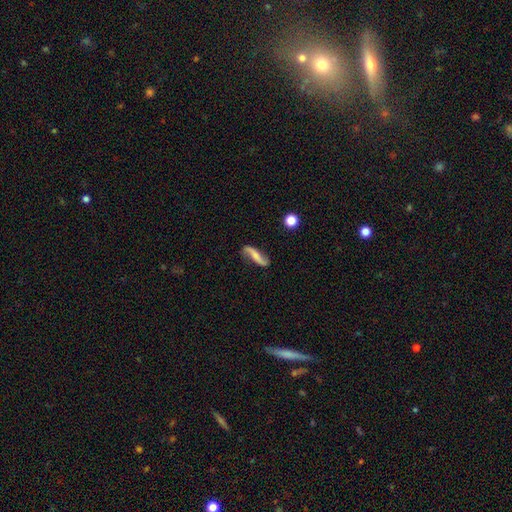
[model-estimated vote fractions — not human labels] smooth_or_featured: featured or disk (p=0.71) [alt: smooth p=0.22]
disk_edge_on: no (p=0.88) [alt: yes p=0.12]
bar: no (p=0.43) [alt: weak p=0.30]
has_spiral_arms: yes (p=0.93) [alt: no p=0.07]
spiral_winding: loose (p=0.86) [alt: medium p=0.10]
spiral_arm_count: 2 (p=0.92) [alt: 1 p=0.03]
bulge_size: none (p=0.39) [alt: small p=0.36]
merging: none (p=0.75) [alt: minor disturbance p=0.17]